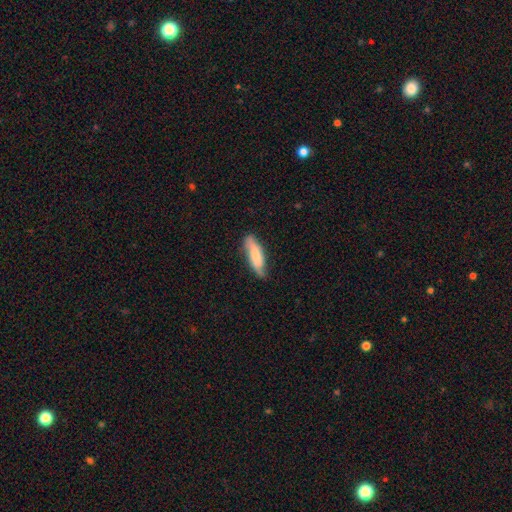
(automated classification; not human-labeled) A smooth galaxy with no disk features (69%) that is cigar-shaped (59%). Merging: none (68%).